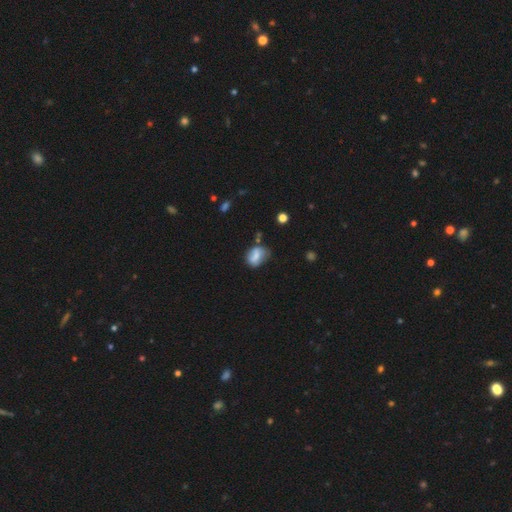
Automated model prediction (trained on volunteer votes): Overall: smooth (63%; featured or disk 28%). How rounded: in between (66%; round 32%). Merging: none (50%; minor disturbance 32%).